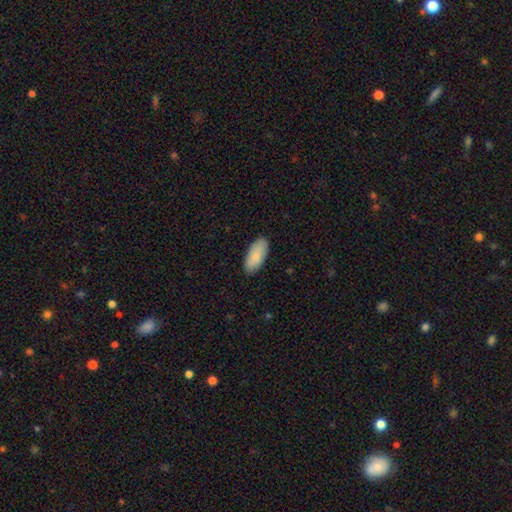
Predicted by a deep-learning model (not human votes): Smooth or featured: smooth — 84% (featured or disk — 11%)
How rounded: in between — 92% (cigar-shaped — 7%)
Merging: none — 86% (minor disturbance — 11%)